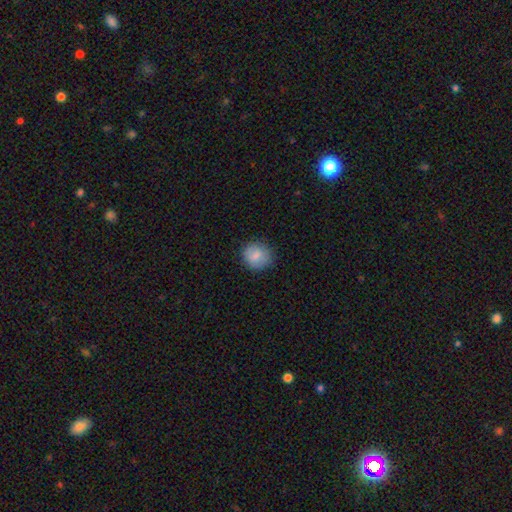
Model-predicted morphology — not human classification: smooth-or-featured: smooth: 83% | featured or disk: 9% | star or artifact: 8%
  how-rounded: round: 86% | in between: 13% | cigar-shaped: 1%
  merging: none: 85% | minor disturbance: 11% | major disturbance: 3% | merger: 1%